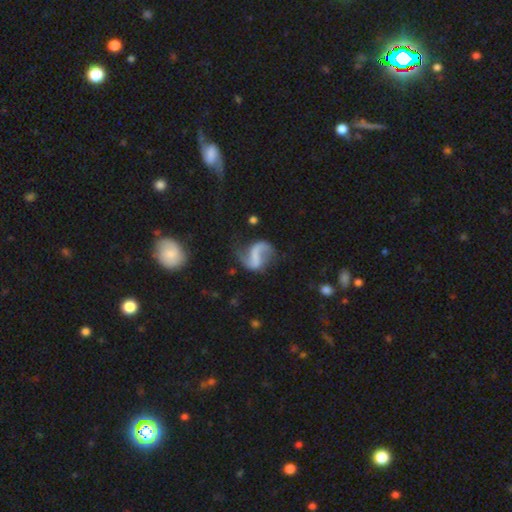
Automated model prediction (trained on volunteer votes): smooth-or-featured: featured or disk: 83% | smooth: 10% | star or artifact: 7%
  disk-edge-on: no: 98% | yes: 2%
    bar: weak: 38% | no: 32% | strong: 30%
    has-spiral-arms: yes: 94% | no: 6%
      spiral-winding: loose: 70% | medium: 24% | tight: 5%
      spiral-arm-count: 2: 87% | 1: 8% | can't tell: 2% | 3: 1% | 4: 1% | more than 4: 1%
    bulge-size: none: 69% | small: 17% | moderate: 9% | large: 4% | dominant: 2%
  merging: none: 61% | minor disturbance: 19% | major disturbance: 16% | merger: 4%